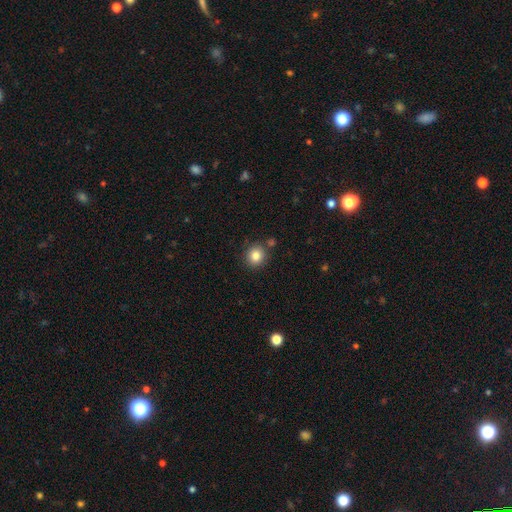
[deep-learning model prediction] Morphology: type=smooth (83%); roundness=round (87%); merging=none (83%).